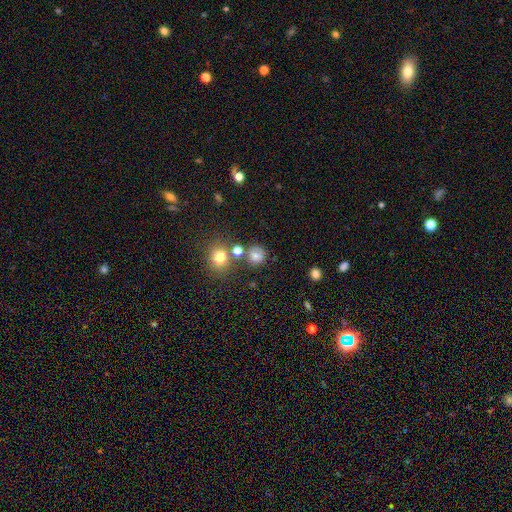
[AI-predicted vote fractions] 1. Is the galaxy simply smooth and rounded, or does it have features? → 76% smooth, 16% star or artifact, 8% featured or disk.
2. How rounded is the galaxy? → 85% round, 14% in between, 1% cigar-shaped.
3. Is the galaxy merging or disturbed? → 68% none, 14% minor disturbance, 12% merger, 6% major disturbance.